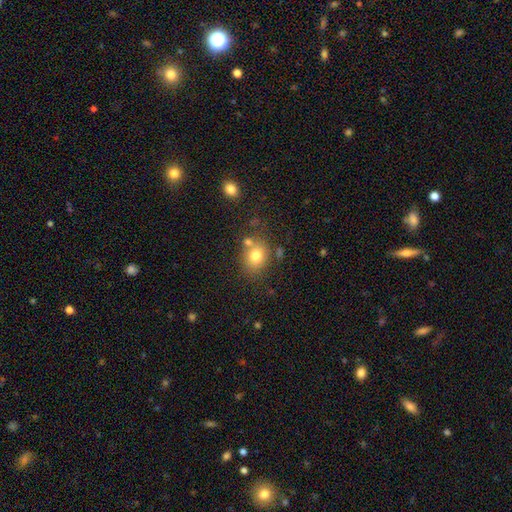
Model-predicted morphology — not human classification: Smooth or featured? Predicted: smooth (p=0.78). How rounded? Predicted: round (p=0.59). Merging? Predicted: none (p=0.65).